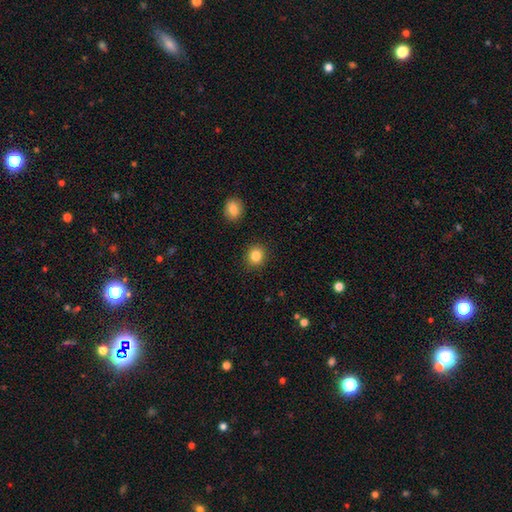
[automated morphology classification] smooth 84%, star or artifact 11%, featured or disk 5%. Down the decision tree: how rounded — round (84%); merging — none (90%).